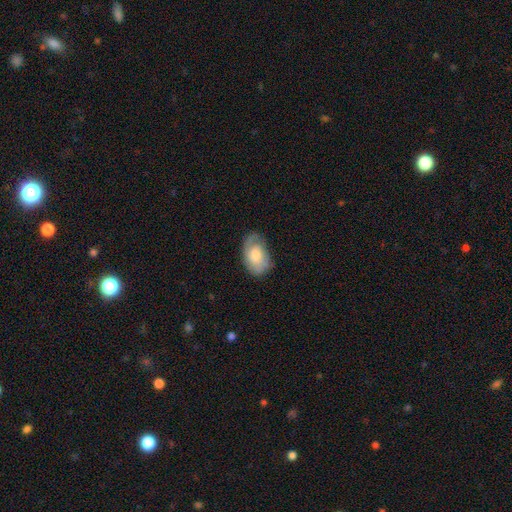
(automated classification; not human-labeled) Smooth or featured? smooth (65%)
How rounded? in between (92%)
Merging? none (66%)